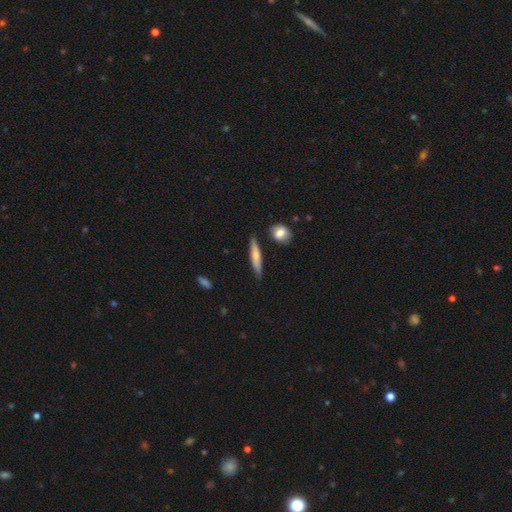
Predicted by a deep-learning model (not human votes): Smooth or featured: smooth — 63% (featured or disk — 31%)
How rounded: cigar-shaped — 87% (in between — 11%)
Merging: none — 82% (minor disturbance — 12%)